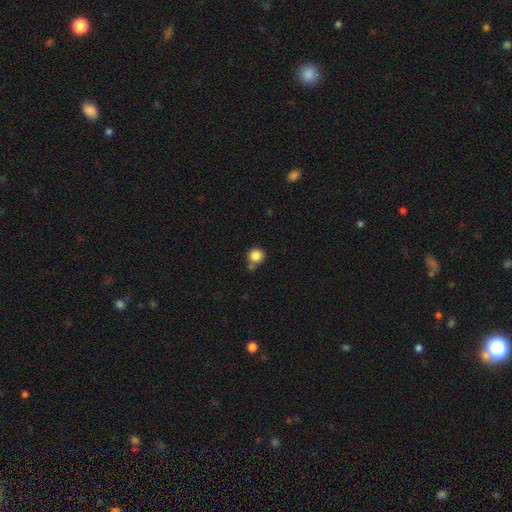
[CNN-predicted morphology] The model was most divided on "merging": none: 67%, merger: 16%, minor disturbance: 13%, major disturbance: 4%. More confident: how rounded — round (91%); smooth or featured — smooth (85%).